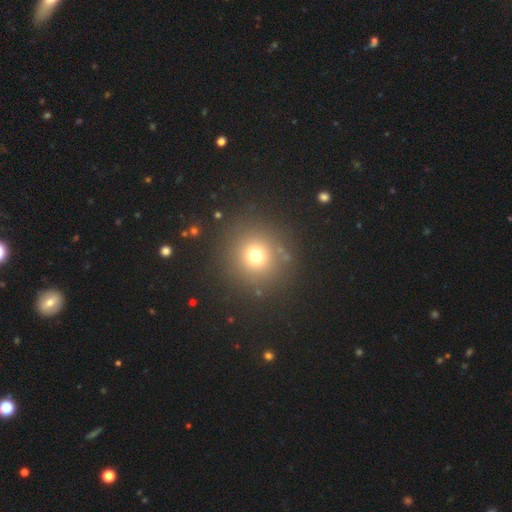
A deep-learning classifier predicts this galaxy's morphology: This appears to be a smooth galaxy with no disk features (71%) that is round (93%). Merging: none (87%).